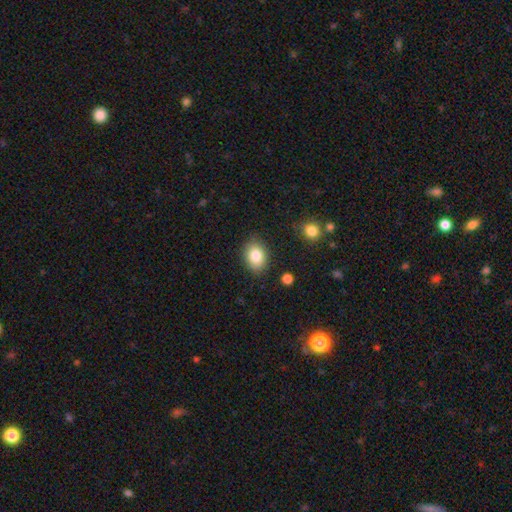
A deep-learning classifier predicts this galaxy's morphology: Smooth or featured? Predicted: smooth (p=0.84). How rounded? Predicted: in between (p=0.70). Merging? Predicted: none (p=0.84).